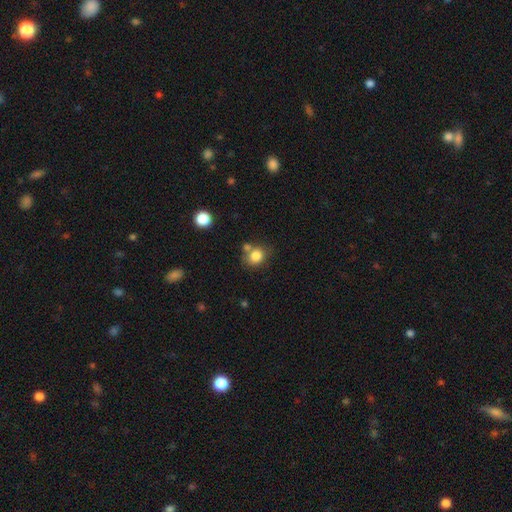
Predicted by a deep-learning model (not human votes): This appears to be a smooth galaxy with no disk features (82%) that is round (68%). Merging: none (61%).